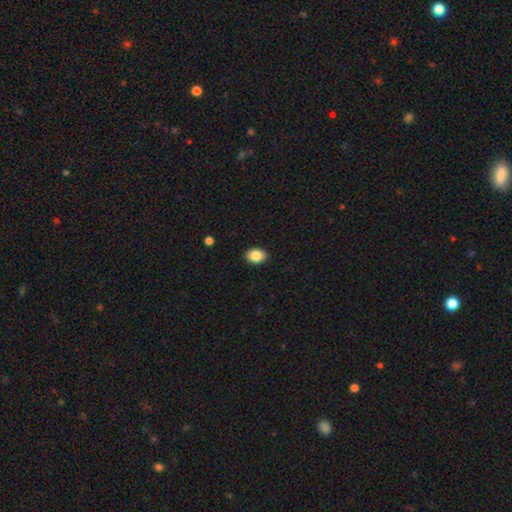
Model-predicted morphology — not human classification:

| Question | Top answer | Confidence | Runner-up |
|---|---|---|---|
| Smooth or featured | smooth | 87% | star or artifact (8%) |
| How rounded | in between | 74% | round (25%) |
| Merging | none | 90% | minor disturbance (7%) |